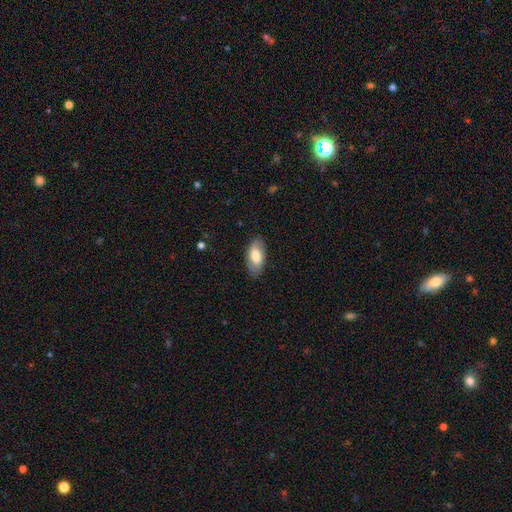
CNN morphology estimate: This appears to be a smooth galaxy with no disk features (67%) that is in between round and cigar-shaped (92%). Merging: none (82%).